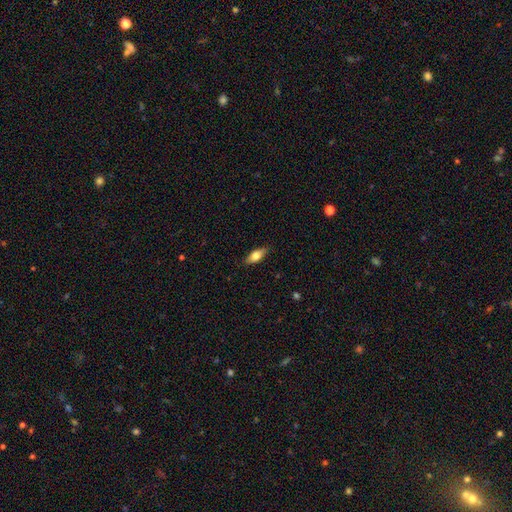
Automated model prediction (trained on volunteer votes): The model was most divided on "smooth or featured": smooth: 69%, featured or disk: 24%, star or artifact: 7%. More confident: merging — none (86%); how rounded — in between (75%).